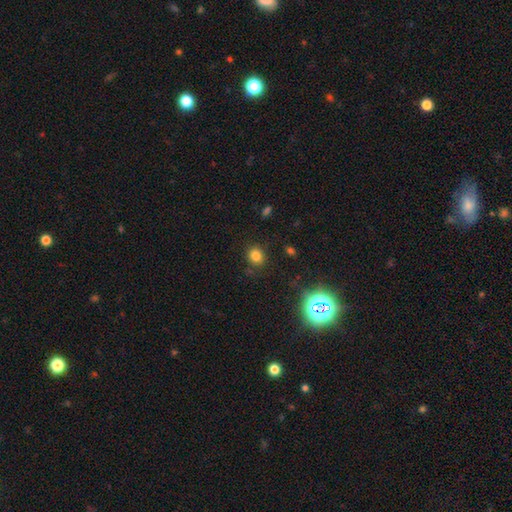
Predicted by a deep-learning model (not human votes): A smooth galaxy with no disk features (79%) that is round (75%).

Vote fractions:
- Smooth or featured? smooth: 79% / star or artifact: 15% / featured or disk: 6%
- How rounded? round: 75% / in between: 24% / cigar-shaped: 1%
- Merging? none: 84% / minor disturbance: 10% / major disturbance: 4% / merger: 2%